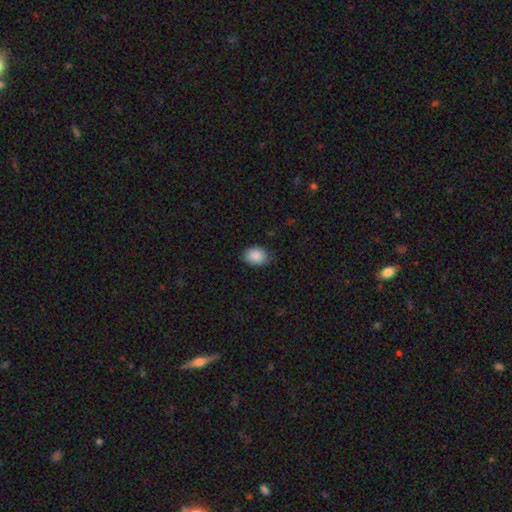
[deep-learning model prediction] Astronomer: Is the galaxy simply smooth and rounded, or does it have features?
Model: smooth — 89%.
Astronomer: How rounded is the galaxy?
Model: in between — 65%.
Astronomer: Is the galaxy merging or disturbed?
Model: none — 80%.